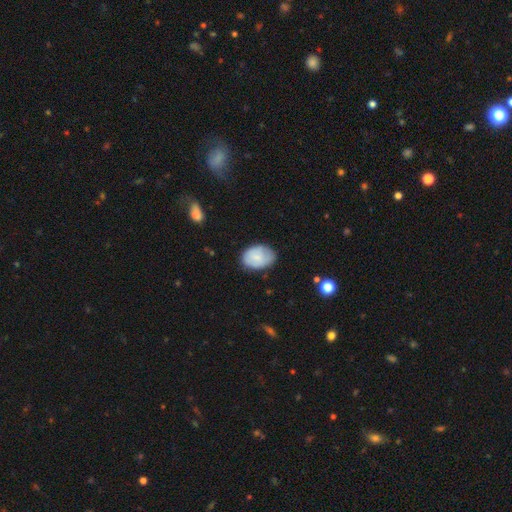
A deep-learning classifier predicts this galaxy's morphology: This appears to be a smooth galaxy with no disk features (77%) that is in between round and cigar-shaped (81%). Merging: none (72%).